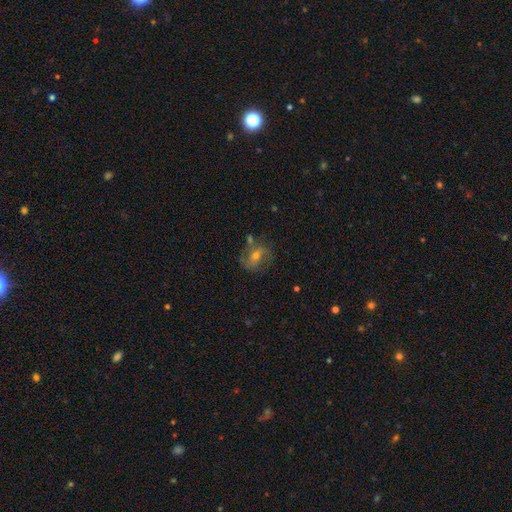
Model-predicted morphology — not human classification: Smooth or featured? Predicted: featured or disk (p=0.56). Edge-on disk? Predicted: no (p=0.95). Bar? Predicted: weak (p=0.40). Spiral arms? Predicted: yes (p=0.68). Bulge size? Predicted: moderate (p=0.53). Merging? Predicted: none (p=0.61).